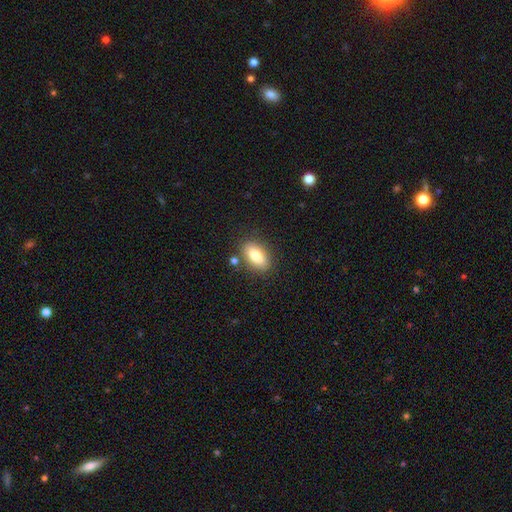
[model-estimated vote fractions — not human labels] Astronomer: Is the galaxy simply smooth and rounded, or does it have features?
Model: smooth — 81%.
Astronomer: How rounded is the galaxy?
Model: in between — 88%.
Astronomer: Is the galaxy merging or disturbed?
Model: none — 82%.